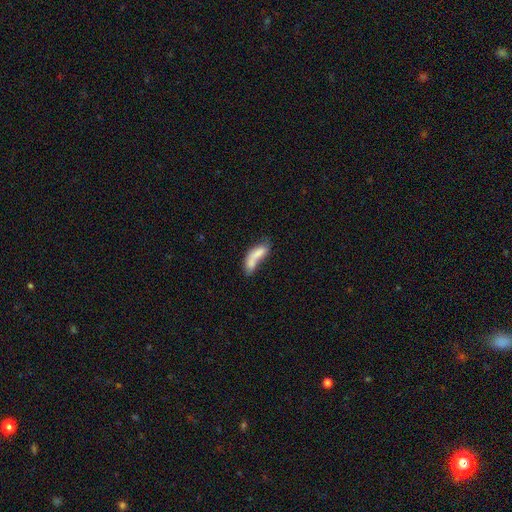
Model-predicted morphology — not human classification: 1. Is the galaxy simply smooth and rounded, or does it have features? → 70% smooth, 21% featured or disk, 8% star or artifact.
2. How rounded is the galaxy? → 60% in between, 36% cigar-shaped, 3% round.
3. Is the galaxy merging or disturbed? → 48% merger, 22% none, 15% minor disturbance, 15% major disturbance.